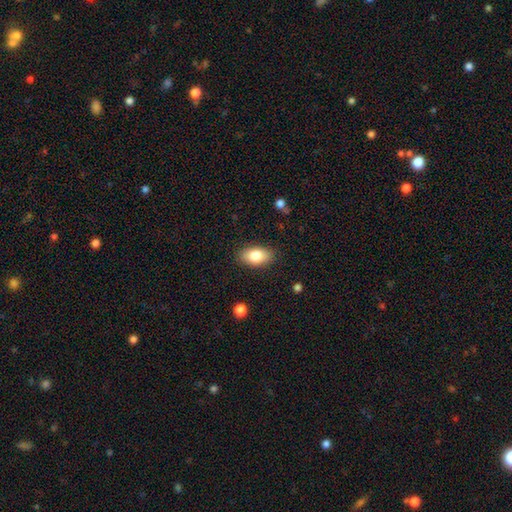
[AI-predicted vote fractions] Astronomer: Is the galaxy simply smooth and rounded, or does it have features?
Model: smooth — 83%.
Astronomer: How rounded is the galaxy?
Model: in between — 92%.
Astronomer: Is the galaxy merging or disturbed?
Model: none — 86%.